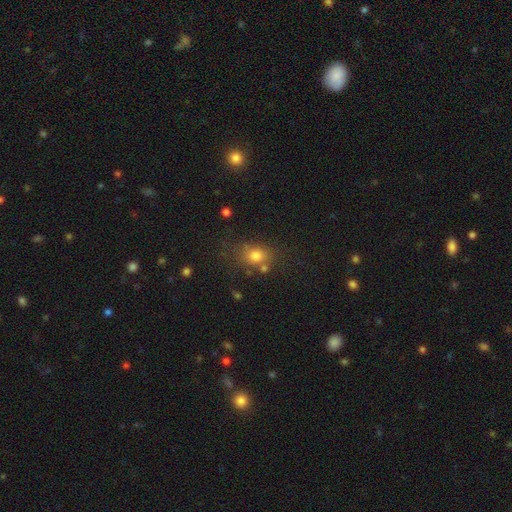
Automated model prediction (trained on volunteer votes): smooth-or-featured: smooth: 76% | star or artifact: 14% | featured or disk: 10%
  how-rounded: in between: 54% | round: 44% | cigar-shaped: 2%
  merging: none: 66% | minor disturbance: 17% | merger: 11% | major disturbance: 6%